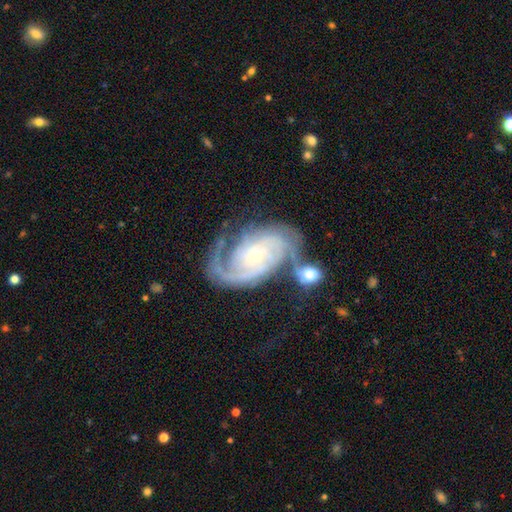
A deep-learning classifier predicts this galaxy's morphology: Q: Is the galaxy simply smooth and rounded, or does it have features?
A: featured or disk — 90%.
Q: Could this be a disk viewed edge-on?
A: no — 97%.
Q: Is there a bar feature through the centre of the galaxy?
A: no — 69%.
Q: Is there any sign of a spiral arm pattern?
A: yes — 98%.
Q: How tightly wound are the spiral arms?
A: tight — 54%.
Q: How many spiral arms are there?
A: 2 — 57%.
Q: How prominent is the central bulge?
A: small — 78%.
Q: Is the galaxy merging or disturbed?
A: none — 48%.